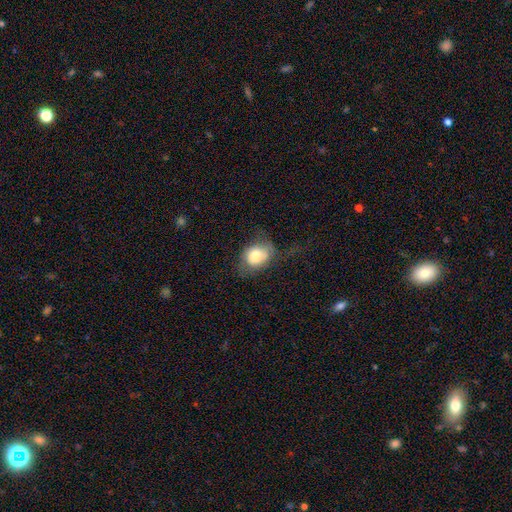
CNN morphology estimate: This is likely a smooth galaxy (72%). How rounded: possibly in between (55%). Merging: marginally none (43%).